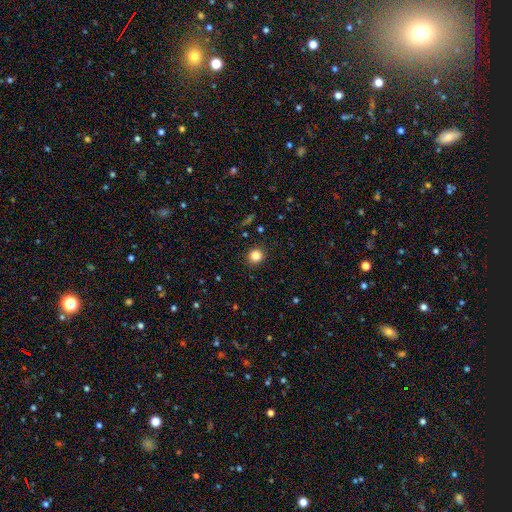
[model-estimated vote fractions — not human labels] The model was most divided on "smooth or featured": smooth: 83%, star or artifact: 12%, featured or disk: 5%. More confident: merging — none (91%); how rounded — round (91%).